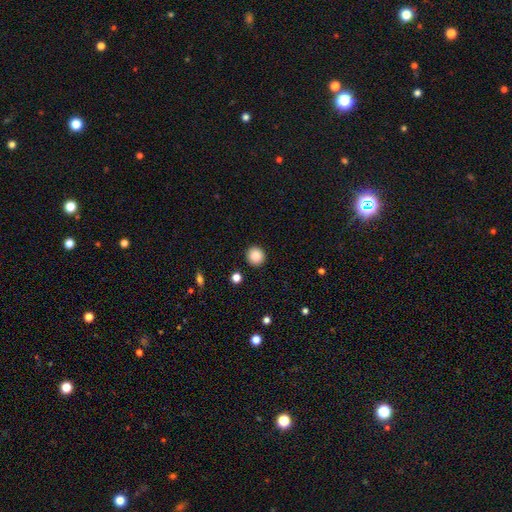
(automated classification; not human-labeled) Q: Smooth or featured?
A: smooth (87%); runner-up: star or artifact (9%)
Q: How rounded?
A: round (91%); runner-up: in between (8%)
Q: Merging?
A: none (92%); runner-up: minor disturbance (5%)